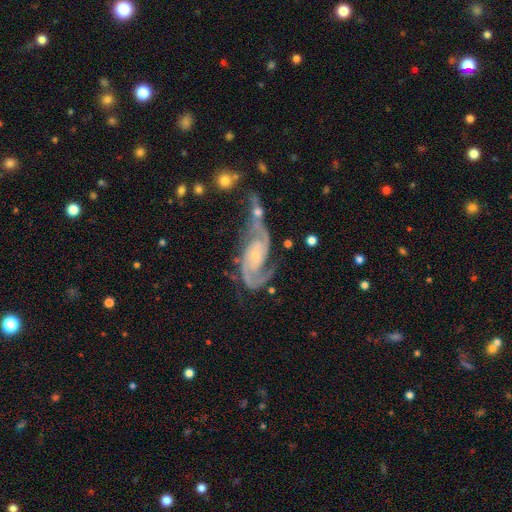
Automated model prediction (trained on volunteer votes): Smooth or featured: featured or disk — 91% (star or artifact — 5%)
Edge-on disk: no — 97% (yes — 3%)
Bar: no — 58% (weak — 31%)
Spiral arms: yes — 98% (no — 2%)
Spiral winding: medium — 50% (tight — 34%)
Spiral arm count: 2 — 85% (3 — 5%)
Bulge size: small — 71% (moderate — 19%)
Merging: none — 42% (merger — 22%)